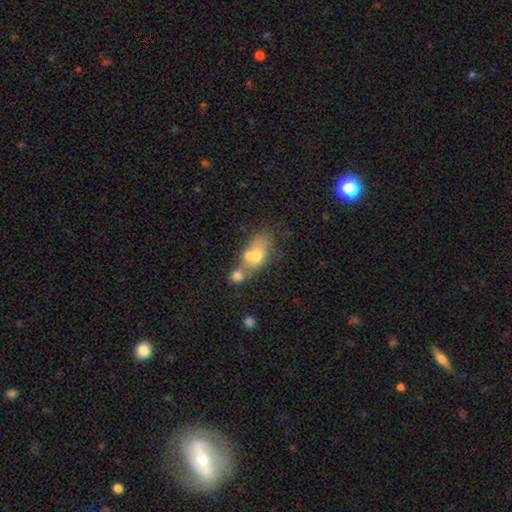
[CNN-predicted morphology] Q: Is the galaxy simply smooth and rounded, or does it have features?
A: smooth — 64%.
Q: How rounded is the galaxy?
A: in between — 74%.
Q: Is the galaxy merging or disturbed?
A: merger — 59%.